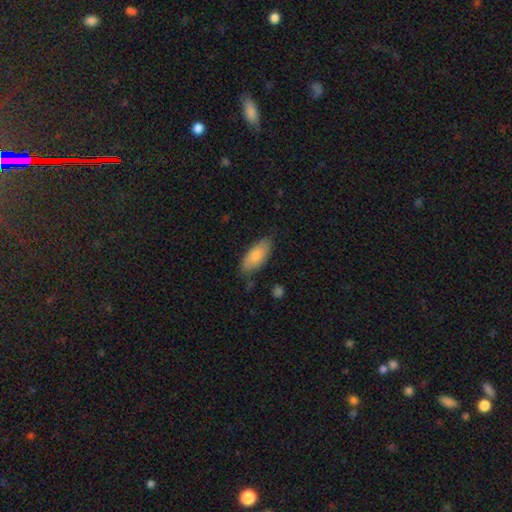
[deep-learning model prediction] A smooth galaxy with no disk features (80%) that is in between round and cigar-shaped (87%).

Vote fractions:
- Smooth or featured? smooth: 80% / featured or disk: 14% / star or artifact: 6%
- How rounded? in between: 87% / cigar-shaped: 11% / round: 2%
- Merging? none: 76% / minor disturbance: 18% / major disturbance: 3% / merger: 2%